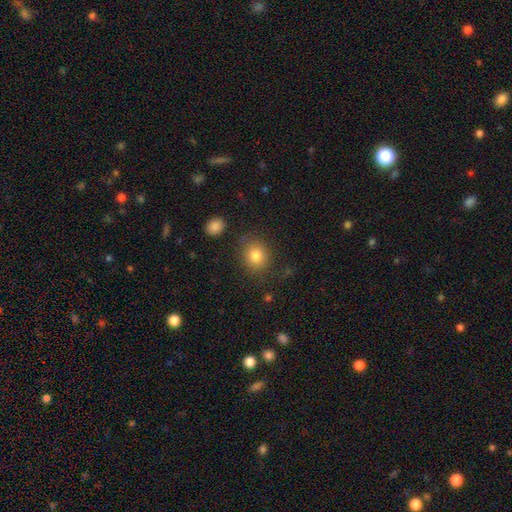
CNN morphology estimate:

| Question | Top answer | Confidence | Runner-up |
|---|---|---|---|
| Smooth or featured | smooth | 81% | star or artifact (11%) |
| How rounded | round | 73% | in between (26%) |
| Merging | none | 82% | minor disturbance (11%) |